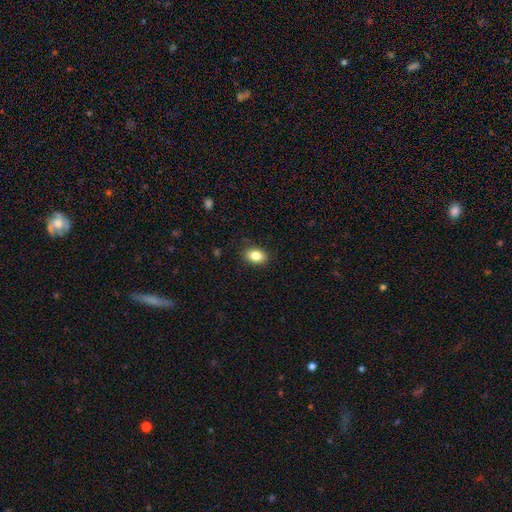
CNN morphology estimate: Overall: smooth (83%). How rounded: in between (79%). Merging: none (87%).